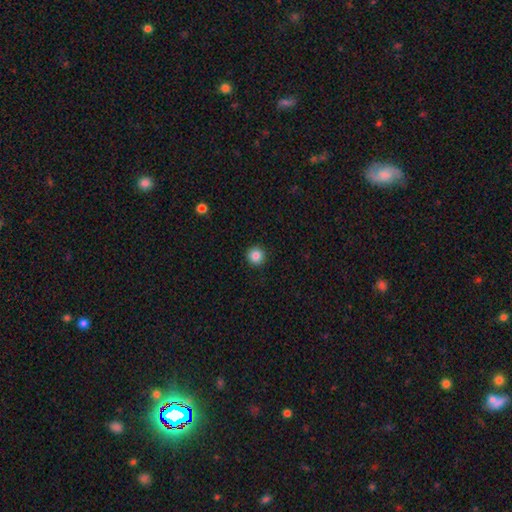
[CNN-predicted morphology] Smooth or featured: smooth — 86% (star or artifact — 10%)
How rounded: round — 95% (in between — 4%)
Merging: none — 93% (minor disturbance — 5%)